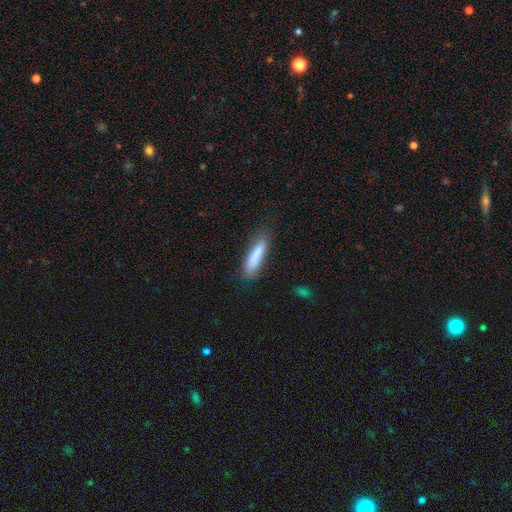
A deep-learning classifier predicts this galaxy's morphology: A smooth galaxy with no disk features (81%) that is cigar-shaped (76%). Merging: none (72%).